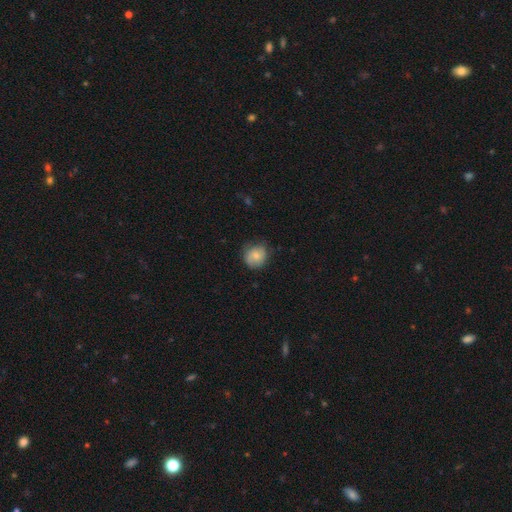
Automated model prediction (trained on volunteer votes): Smooth or featured?
  - smooth: 76% *
  - featured or disk: 16%
  - star or artifact: 8%
How rounded?
  - round: 80% *
  - in between: 19%
  - cigar-shaped: 1%
Merging?
  - none: 70% *
  - minor disturbance: 23%
  - major disturbance: 6%
  - merger: 1%